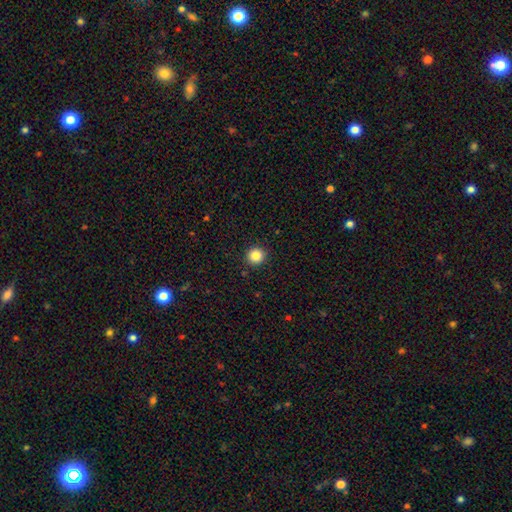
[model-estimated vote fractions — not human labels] Overall: smooth (84%). How rounded: round (95%). Merging: none (93%).